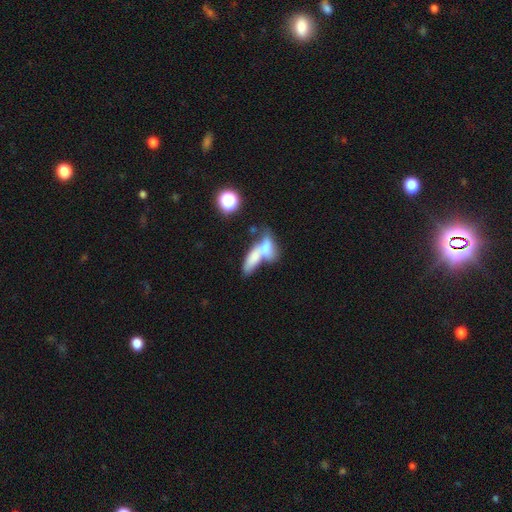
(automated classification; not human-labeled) This is likely a smooth galaxy (67%). How rounded: likely in between (69%). Merging: likely merger (73%).